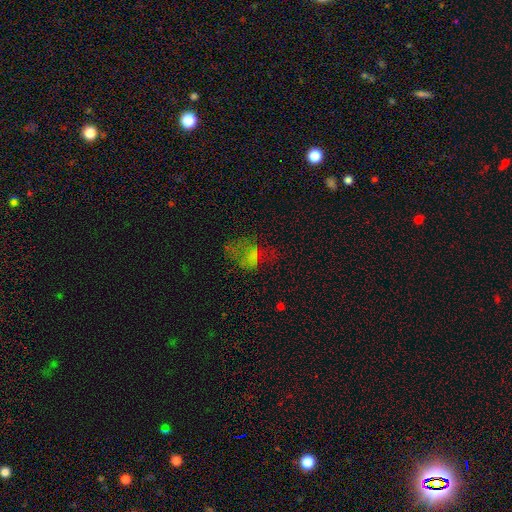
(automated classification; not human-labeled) Q: Smooth or featured?
A: smooth (46%); runner-up: featured or disk (28%)
Q: Merging?
A: major disturbance (43%); runner-up: none (34%)